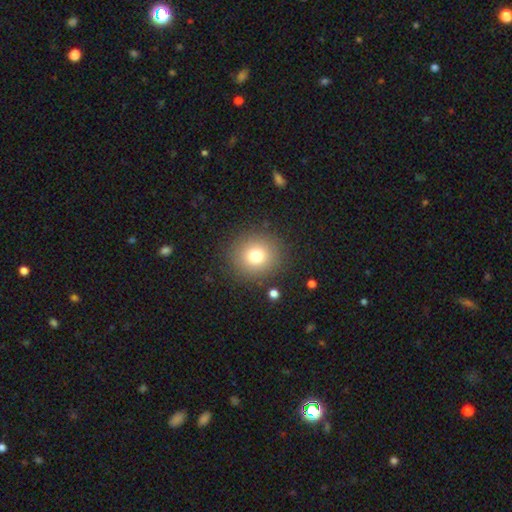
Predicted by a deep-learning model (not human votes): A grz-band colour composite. It shows a smooth galaxy with no disk features (77%) that is round (91%). Merging: none (88%).